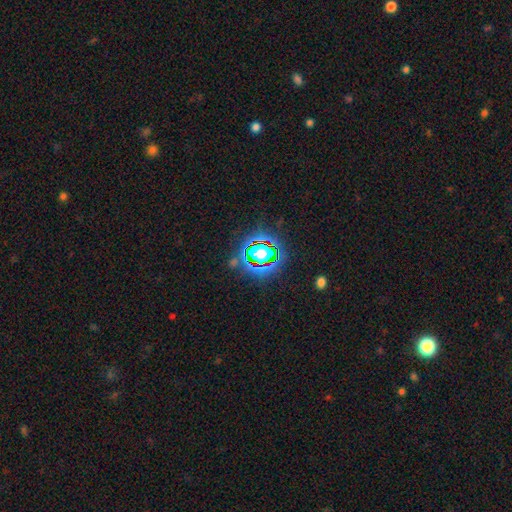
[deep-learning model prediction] smooth_or_featured: star or artifact (p=0.80) [alt: smooth p=0.12]